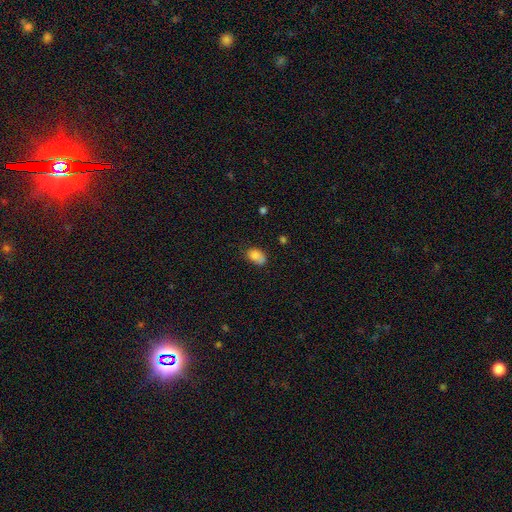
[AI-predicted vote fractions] Morphology: type=smooth (81%); roundness=in between (87%); merging=none (55%).